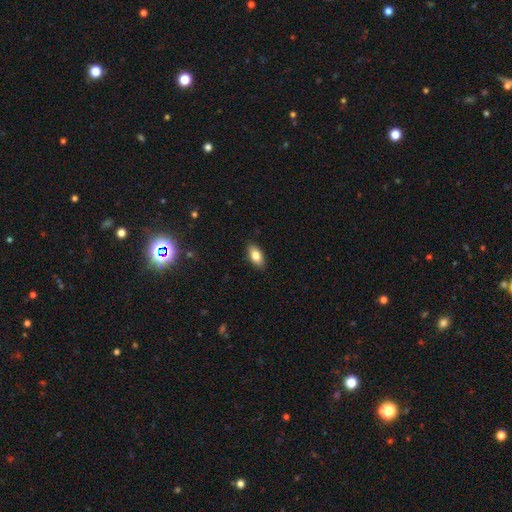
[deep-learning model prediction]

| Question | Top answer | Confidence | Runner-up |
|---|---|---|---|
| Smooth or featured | smooth | 82% | featured or disk (11%) |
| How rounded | in between | 92% | round (4%) |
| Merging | none | 89% | minor disturbance (8%) |